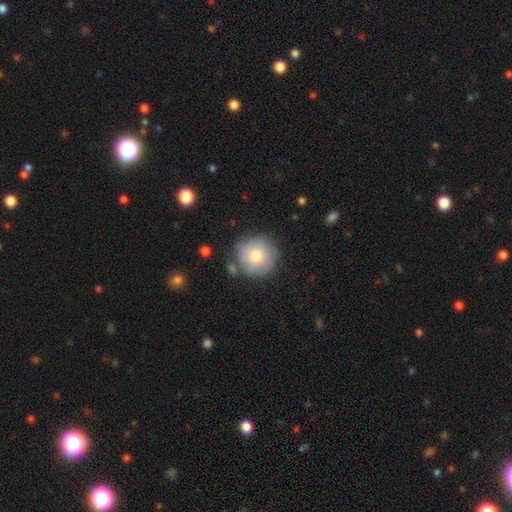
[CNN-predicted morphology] This is likely a smooth galaxy (75%). How rounded: clearly round (95%). Merging: likely none (79%).